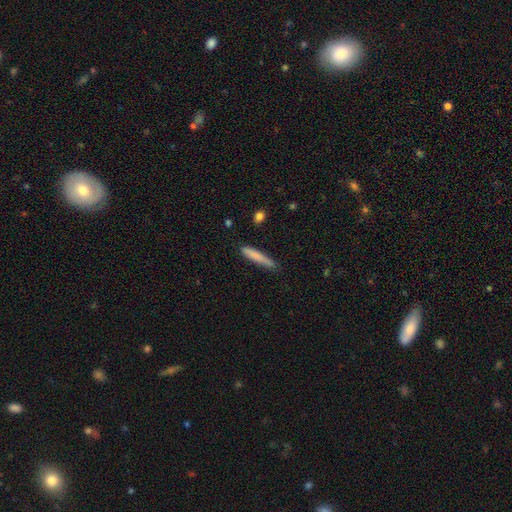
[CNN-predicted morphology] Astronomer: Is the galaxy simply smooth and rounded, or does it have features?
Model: smooth — 77%.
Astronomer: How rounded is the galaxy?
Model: cigar-shaped — 93%.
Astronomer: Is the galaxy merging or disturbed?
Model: none — 74%.